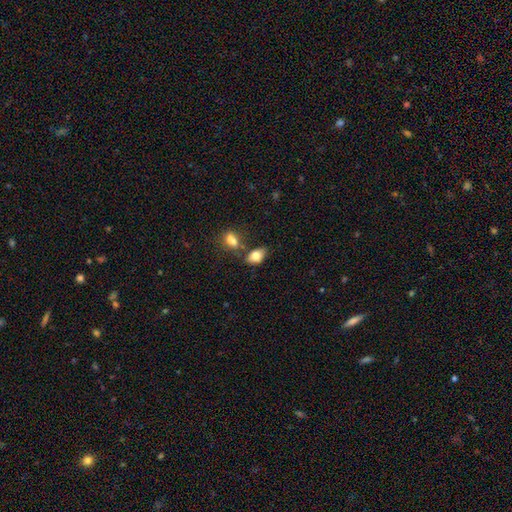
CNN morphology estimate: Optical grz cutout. It shows a smooth galaxy with no disk features (79%) that is in between round and cigar-shaped (85%). Merging: none (53%).